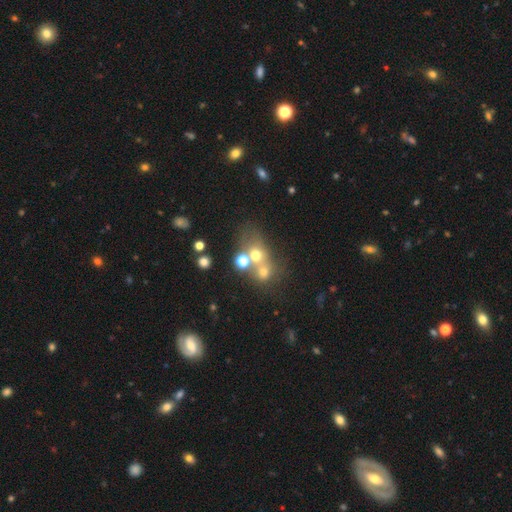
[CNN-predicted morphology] This appears to be a smooth galaxy with no disk features (57%) that is round (64%). Merging: merger (44%).